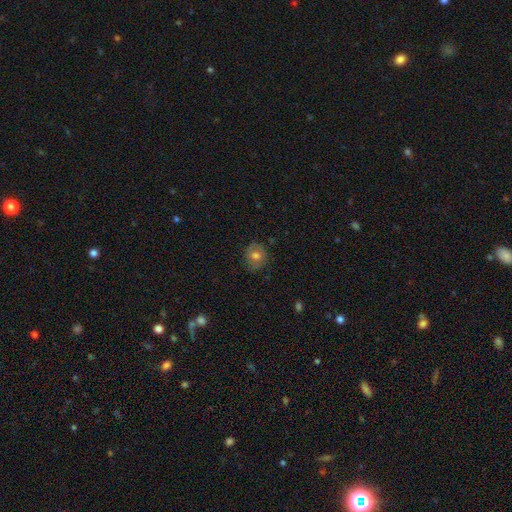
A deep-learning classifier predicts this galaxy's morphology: Smooth or featured?
  - smooth: 63% *
  - featured or disk: 28%
  - star or artifact: 9%
How rounded?
  - round: 72% *
  - in between: 27%
  - cigar-shaped: 1%
Merging?
  - none: 75% *
  - minor disturbance: 19%
  - major disturbance: 6%
  - merger: 1%